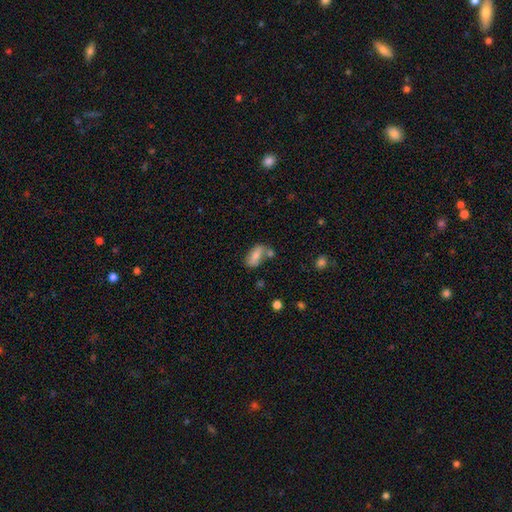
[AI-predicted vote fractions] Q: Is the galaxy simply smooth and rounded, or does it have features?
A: smooth — 68%.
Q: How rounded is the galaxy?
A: in between — 88%.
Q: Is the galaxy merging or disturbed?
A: none — 51%.